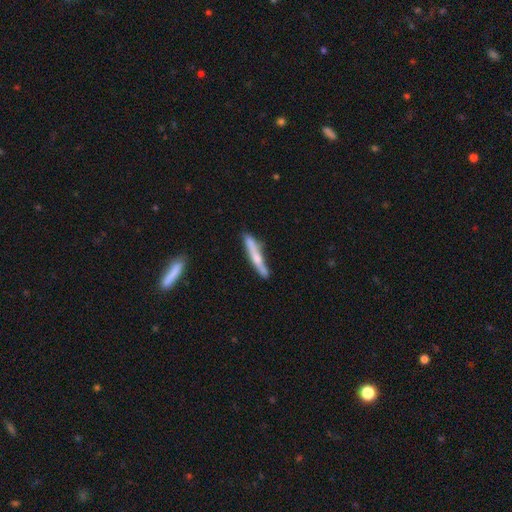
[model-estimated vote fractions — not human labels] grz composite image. It shows a featured or disk galaxy (50%). Merging: none (78%).